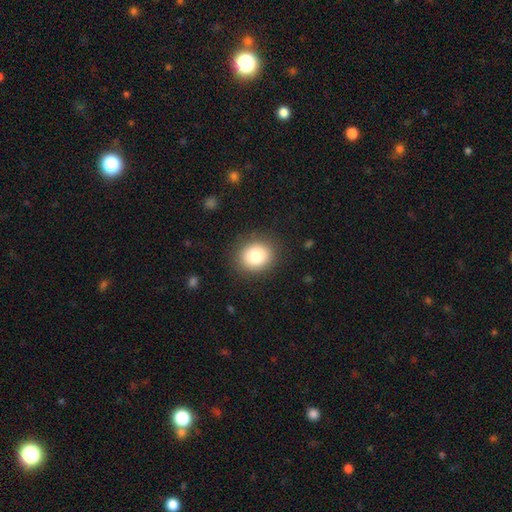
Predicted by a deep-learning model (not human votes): Smooth or featured: smooth — 82% (star or artifact — 9%)
How rounded: round — 71% (in between — 28%)
Merging: none — 86% (minor disturbance — 9%)